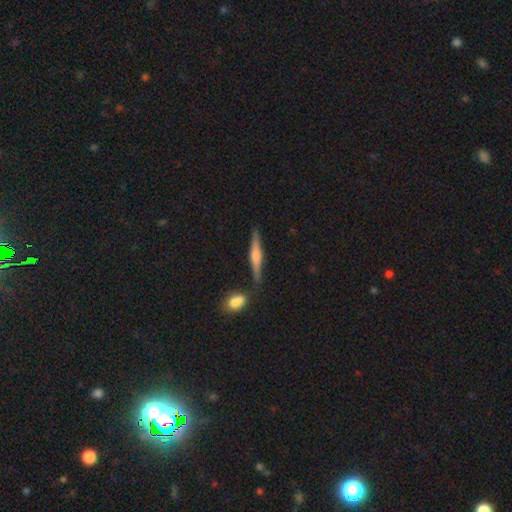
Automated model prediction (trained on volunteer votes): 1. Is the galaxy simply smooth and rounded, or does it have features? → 61% featured or disk, 32% smooth, 7% star or artifact.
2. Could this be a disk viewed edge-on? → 97% yes, 3% no.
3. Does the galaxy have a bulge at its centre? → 74% rounded, 16% boxy, 11% none.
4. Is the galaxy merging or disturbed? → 82% none, 9% minor disturbance, 7% merger, 2% major disturbance.